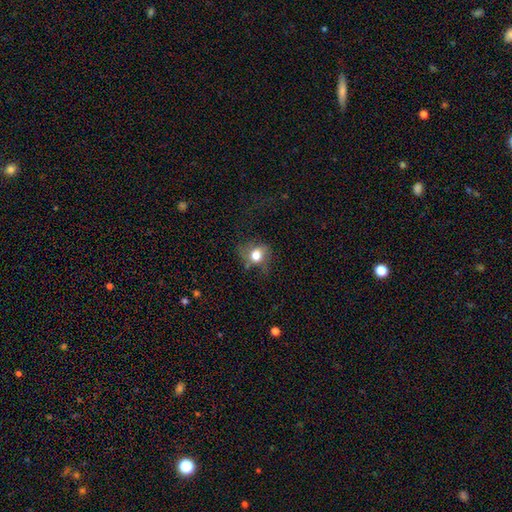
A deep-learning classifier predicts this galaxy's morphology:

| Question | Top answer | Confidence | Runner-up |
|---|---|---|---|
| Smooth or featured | smooth | 69% | featured or disk (20%) |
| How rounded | round | 54% | in between (44%) |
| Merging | none | 48% | minor disturbance (27%) |